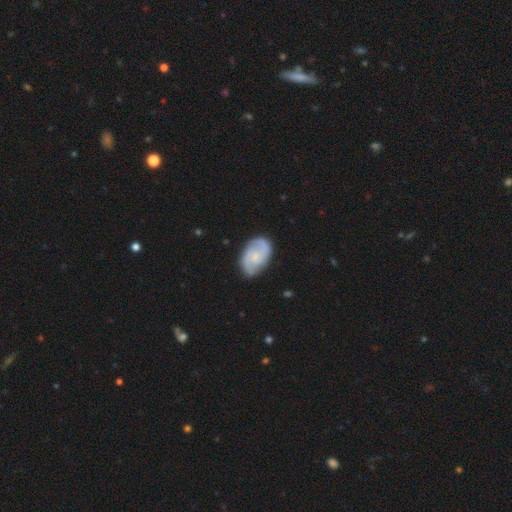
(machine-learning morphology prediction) This appears to be a featured or disk galaxy (73%) with no bar (61%), 2 (83%) medium (47%) spiral arms (94%) and a small central bulge (59%). Merging: none (79%).